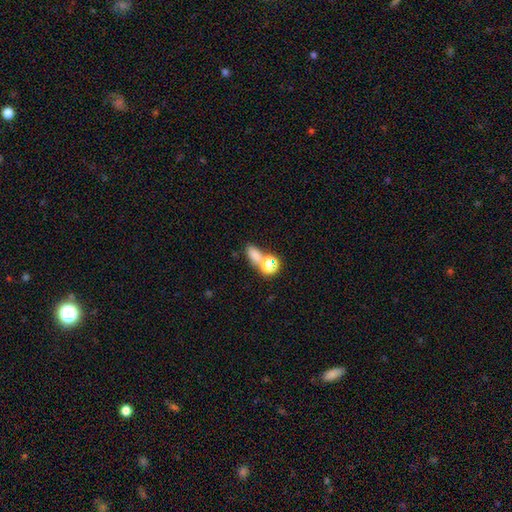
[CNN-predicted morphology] smooth_or_featured: smooth (p=0.69) [alt: star or artifact p=0.22]
how_rounded: in between (p=0.70) [alt: round p=0.25]
merging: none (p=0.50) [alt: merger p=0.33]